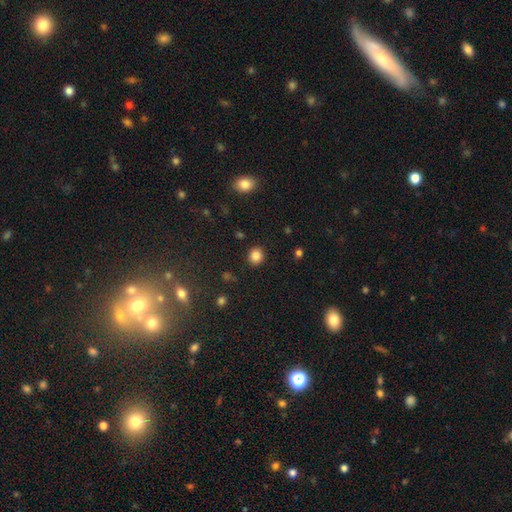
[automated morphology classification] This appears to be a smooth galaxy with no disk features (85%) that is round (81%). Merging: none (89%).